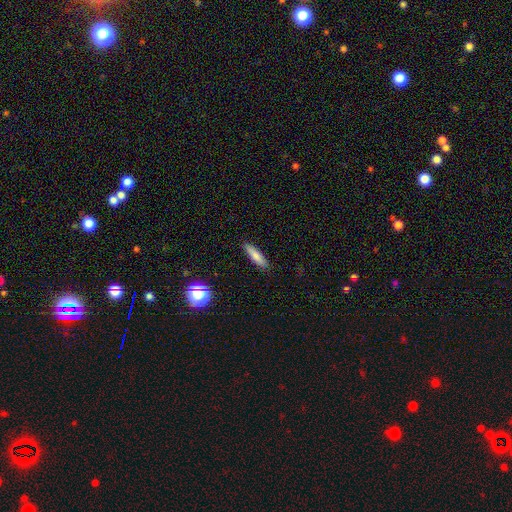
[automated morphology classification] The model was most divided on "how rounded": cigar-shaped: 76%, in between: 23%, round: 2%. More confident: merging — none (88%); smooth or featured — smooth (79%).